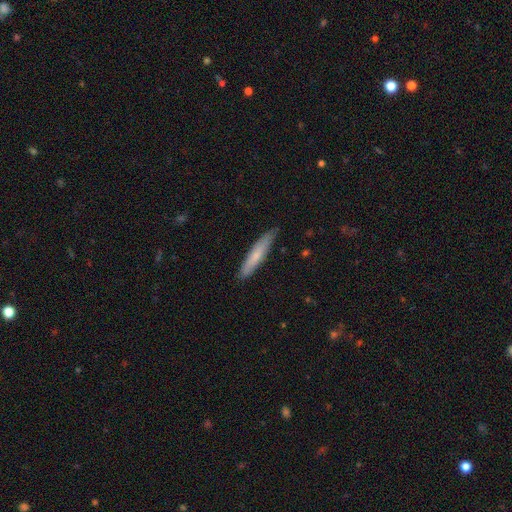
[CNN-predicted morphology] A smooth galaxy with no disk features (68%) that is cigar-shaped (91%).

Vote fractions:
- Smooth or featured? smooth: 68% / featured or disk: 26% / star or artifact: 6%
- How rounded? cigar-shaped: 91% / in between: 8% / round: 1%
- Merging? none: 85% / minor disturbance: 12% / major disturbance: 2% / merger: 1%